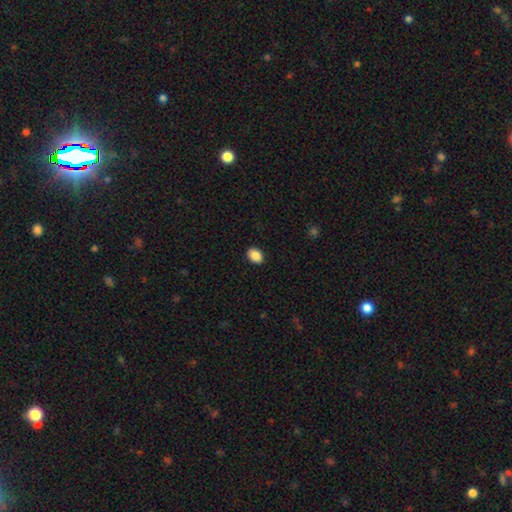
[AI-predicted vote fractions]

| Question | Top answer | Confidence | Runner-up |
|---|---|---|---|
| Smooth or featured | smooth | 88% | star or artifact (8%) |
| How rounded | in between | 74% | round (25%) |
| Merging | none | 90% | minor disturbance (7%) |